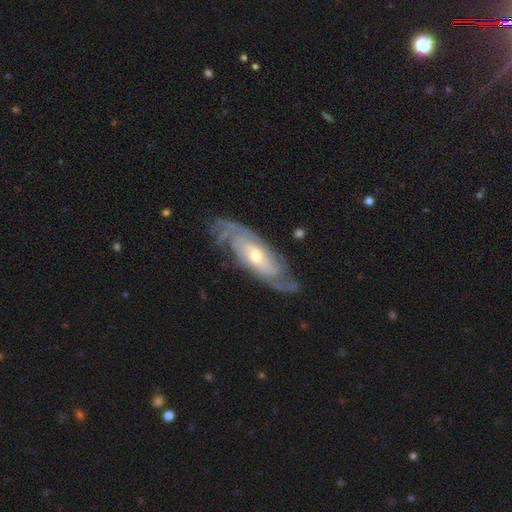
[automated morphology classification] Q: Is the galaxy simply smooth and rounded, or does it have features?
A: featured or disk — 86%.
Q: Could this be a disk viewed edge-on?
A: no — 87%.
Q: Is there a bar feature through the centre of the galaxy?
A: no — 58%.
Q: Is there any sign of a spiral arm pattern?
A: yes — 96%.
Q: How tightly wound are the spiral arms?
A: tight — 57%.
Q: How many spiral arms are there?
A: can't tell — 31%, tied with 2.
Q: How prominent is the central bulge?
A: moderate — 57%.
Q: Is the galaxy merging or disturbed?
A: none — 72%.